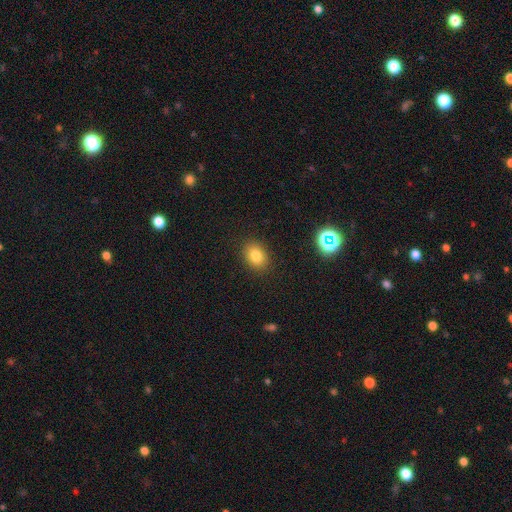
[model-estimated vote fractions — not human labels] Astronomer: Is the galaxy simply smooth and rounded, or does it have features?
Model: smooth — 80%.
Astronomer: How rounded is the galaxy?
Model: in between — 52% (runner-up: round, 47%).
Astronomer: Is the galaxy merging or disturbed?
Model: none — 88%.